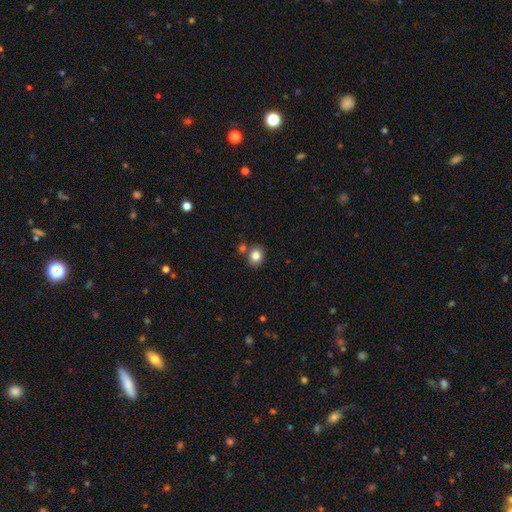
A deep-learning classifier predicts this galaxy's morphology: The model was most divided on "how rounded": round: 70%, in between: 29%, cigar-shaped: 1%. More confident: smooth or featured — smooth (83%); merging — none (74%).